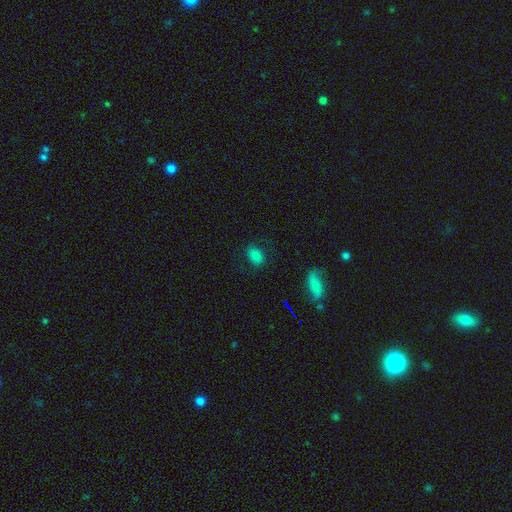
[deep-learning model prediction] A smooth galaxy with no disk features (78%) that is in between round and cigar-shaped (80%).

Vote fractions:
- Smooth or featured? smooth: 78% / star or artifact: 13% / featured or disk: 9%
- How rounded? in between: 80% / round: 18% / cigar-shaped: 2%
- Merging? none: 78% / minor disturbance: 15% / major disturbance: 5% / merger: 2%